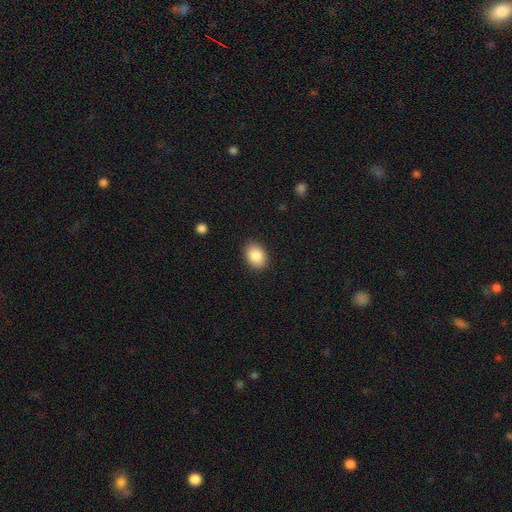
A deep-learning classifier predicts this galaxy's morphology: Smooth or featured? smooth (88%)
How rounded? in between (75%)
Merging? none (88%)